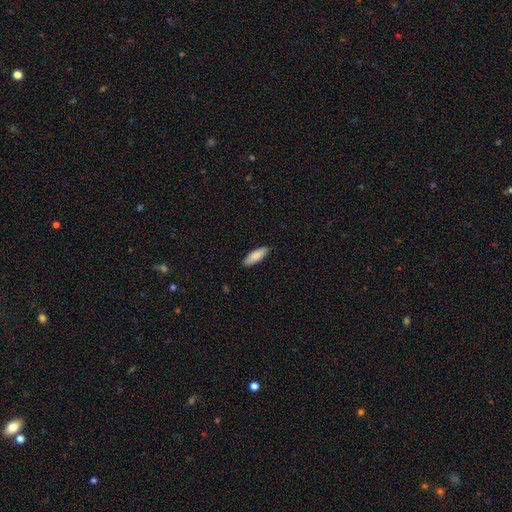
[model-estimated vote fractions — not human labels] Smooth or featured? smooth (87%)
How rounded? in between (55%)
Merging? none (89%)